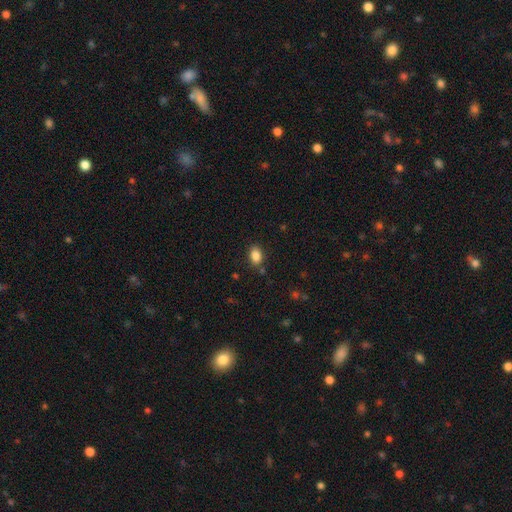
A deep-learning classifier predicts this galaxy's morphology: type=smooth (86%); roundness=in between (82%); merging=none (83%).